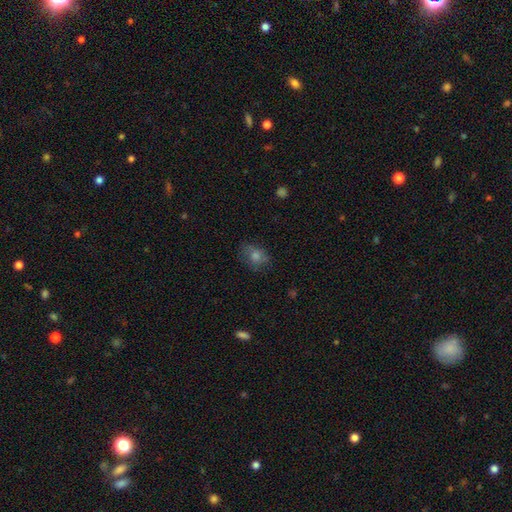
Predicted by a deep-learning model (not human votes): Smooth or featured? Predicted: smooth (p=0.63). How rounded? Predicted: in between (p=0.52). Merging? Predicted: none (p=0.73).